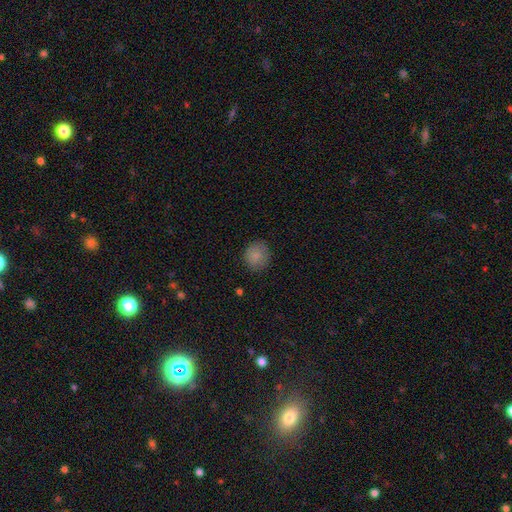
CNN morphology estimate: This appears to be a smooth galaxy with no disk features (85%) that is round (88%). Merging: none (85%).